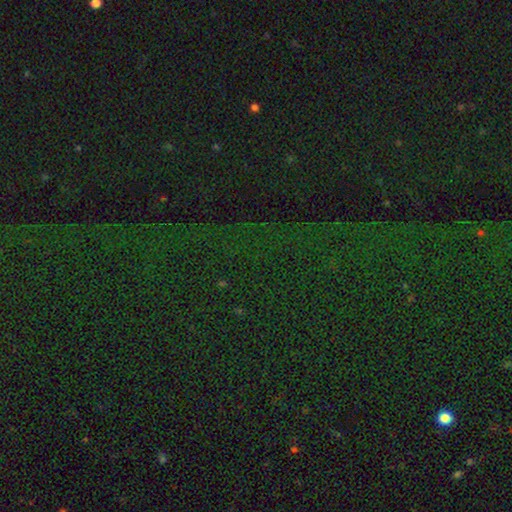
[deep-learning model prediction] Smooth or featured? Predicted: star or artifact (p=0.84).